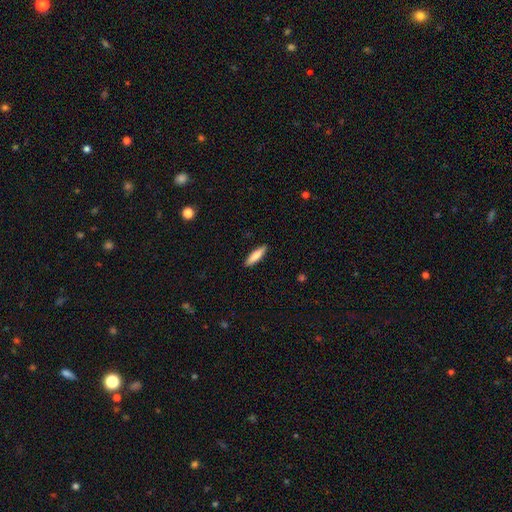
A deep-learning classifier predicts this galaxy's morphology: smooth-or-featured: smooth: 78% | featured or disk: 16% | star or artifact: 6%
  how-rounded: cigar-shaped: 72% | in between: 26% | round: 2%
  merging: none: 90% | minor disturbance: 7% | major disturbance: 2% | merger: 1%